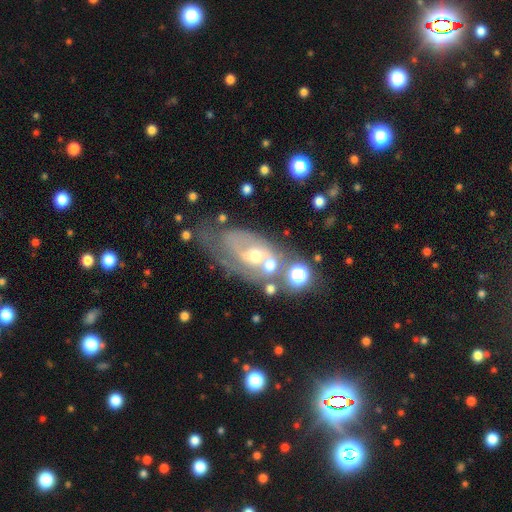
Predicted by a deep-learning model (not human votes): Smooth or featured? Predicted: featured or disk (p=0.71). Edge-on disk? Predicted: no (p=0.93). Bar? Predicted: no (p=0.70). Spiral arms? Predicted: yes (p=0.70). Bulge size? Predicted: moderate (p=0.55). Merging? Predicted: none (p=0.45).